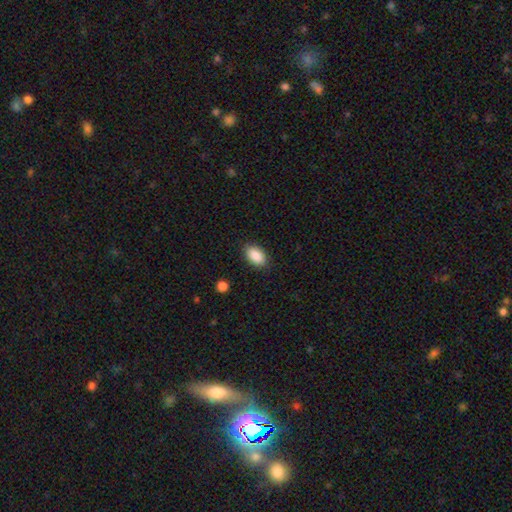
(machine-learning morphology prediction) Smooth or featured? Predicted: smooth (p=0.90). How rounded? Predicted: in between (p=0.93). Merging? Predicted: none (p=0.87).